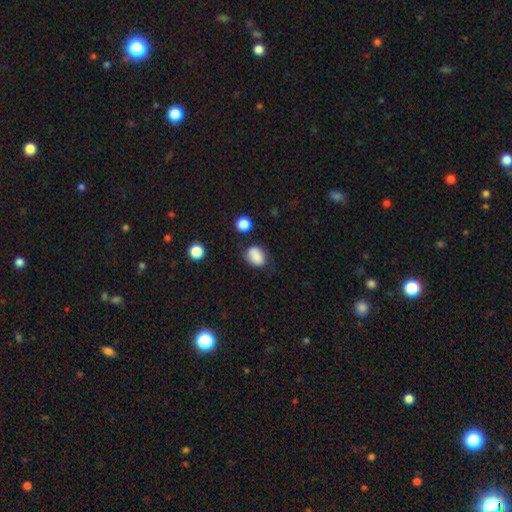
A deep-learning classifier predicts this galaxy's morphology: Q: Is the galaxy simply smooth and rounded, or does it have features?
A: smooth — 86%.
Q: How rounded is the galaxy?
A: in between — 63%.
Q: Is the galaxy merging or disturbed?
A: none — 72%.